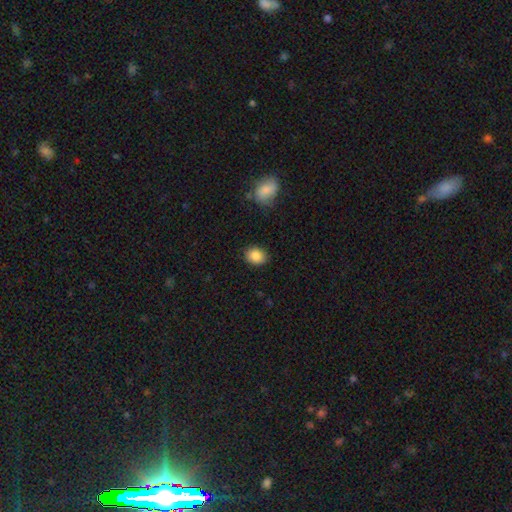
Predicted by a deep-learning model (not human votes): smooth 87%, star or artifact 8%, featured or disk 5%. Down the decision tree: how rounded — in between (52%); merging — none (86%).